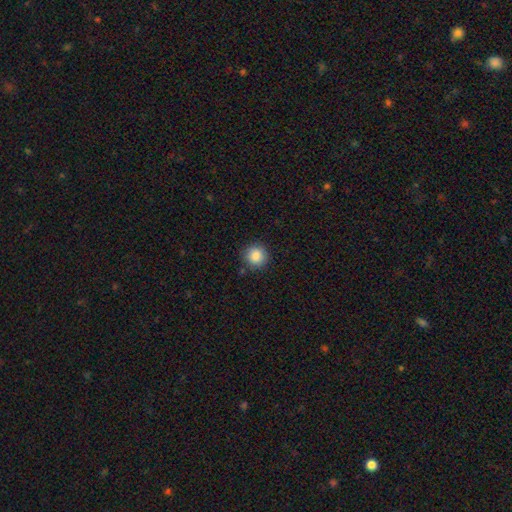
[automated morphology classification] A smooth galaxy with no disk features (86%) that is round (94%). Merging: none (89%).